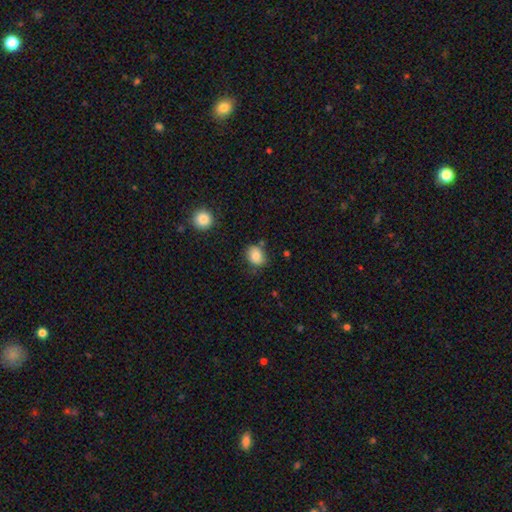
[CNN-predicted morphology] Smooth or featured? smooth (83%)
How rounded? round (51%)
Merging? none (75%)